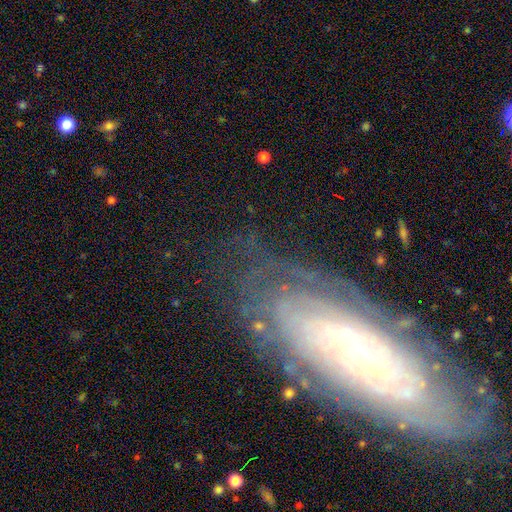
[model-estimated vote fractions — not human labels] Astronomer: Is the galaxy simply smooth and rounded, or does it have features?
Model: featured or disk — 80%.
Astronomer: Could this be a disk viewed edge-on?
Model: no — 89%.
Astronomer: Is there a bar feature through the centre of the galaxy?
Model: no — 56%.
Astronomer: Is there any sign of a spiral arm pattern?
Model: yes — 90%.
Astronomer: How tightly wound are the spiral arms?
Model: tight — 78%.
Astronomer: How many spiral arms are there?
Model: can't tell — 53%.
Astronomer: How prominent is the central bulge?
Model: small — 78%.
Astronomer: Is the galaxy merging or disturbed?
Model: none — 75%.